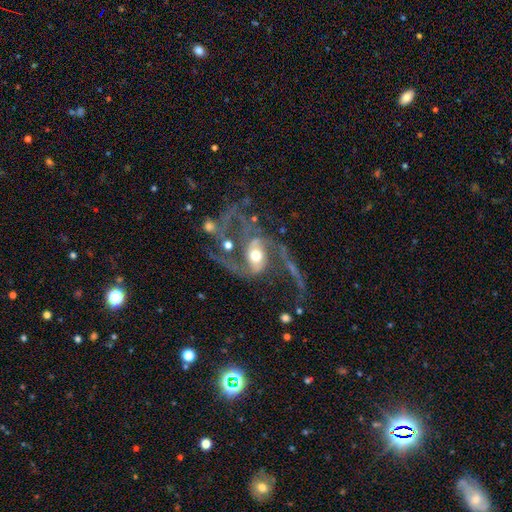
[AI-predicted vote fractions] A featured or disk galaxy (85%) with no bar (44%), 2 (78%) loose (63%) spiral arms (92%) and a moderate central bulge (66%).

Vote fractions:
- Smooth or featured? featured or disk: 85% / smooth: 8% / star or artifact: 7%
- Edge-on disk? no: 97% / yes: 3%
- Bar? no: 44% / weak: 33% / strong: 22%
- Spiral arms? yes: 92% / no: 8%
- Spiral winding? loose: 63% / medium: 29% / tight: 8%
- Spiral arm count? 2: 78% / can't tell: 7% / 3: 6% / 1: 5% / 4: 2% / more than 4: 2%
- Bulge size? moderate: 66% / large: 17% / small: 12% / dominant: 2% / none: 2%
- Merging? major disturbance: 34% / none: 33% / merger: 19% / minor disturbance: 14%